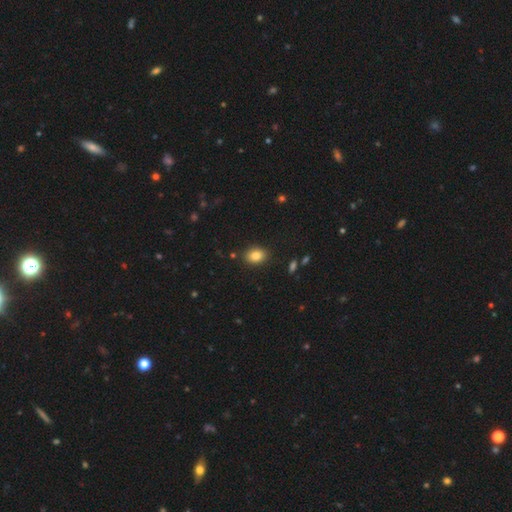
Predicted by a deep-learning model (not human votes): This is clearly a smooth galaxy (84%). How rounded: likely in between (66%). Merging: clearly none (87%).